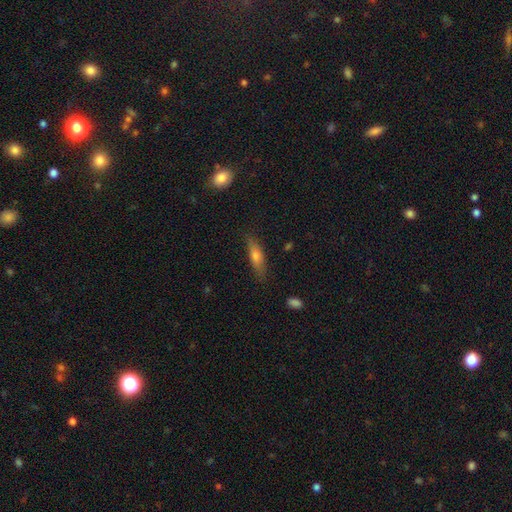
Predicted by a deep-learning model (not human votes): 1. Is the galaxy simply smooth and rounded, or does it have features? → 60% smooth, 31% featured or disk, 8% star or artifact.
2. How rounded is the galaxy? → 66% cigar-shaped, 32% in between, 3% round.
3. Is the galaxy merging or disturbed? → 80% none, 15% minor disturbance, 3% major disturbance, 2% merger.